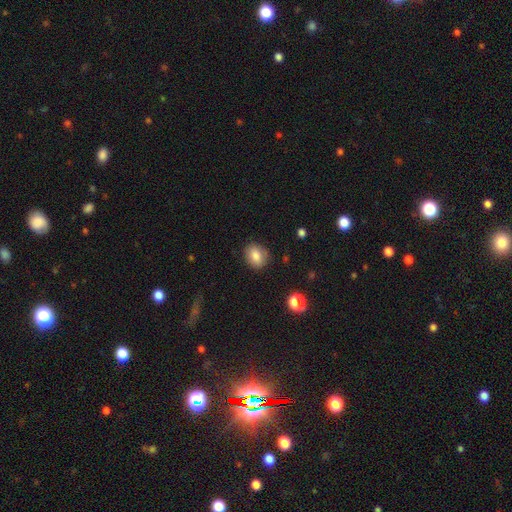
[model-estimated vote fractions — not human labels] This is clearly a smooth galaxy (82%). How rounded: possibly in between (52%). Merging: clearly none (83%).